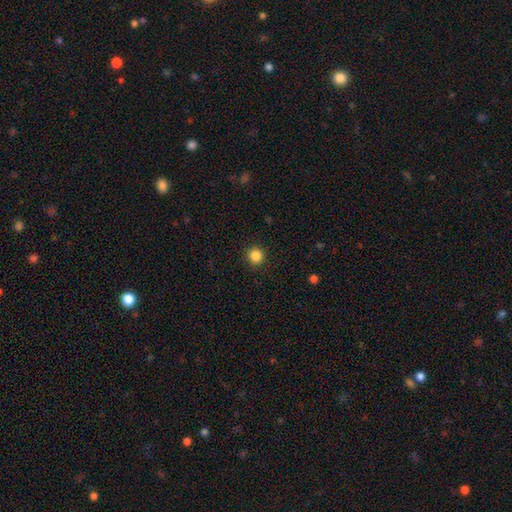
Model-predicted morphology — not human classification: Smooth or featured? smooth (85%)
How rounded? round (95%)
Merging? none (92%)